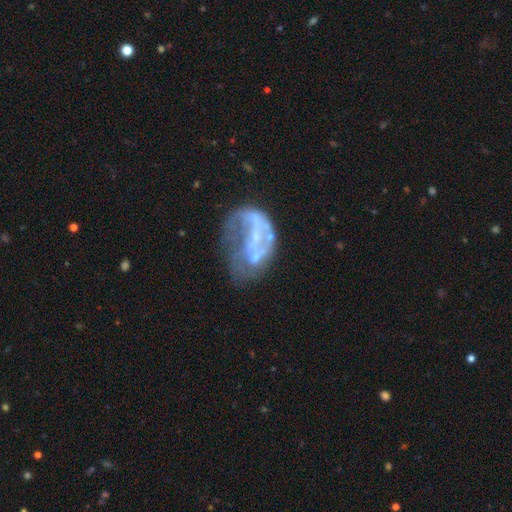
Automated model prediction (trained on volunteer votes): smooth-or-featured: featured or disk: 69% | smooth: 21% | star or artifact: 11%
  disk-edge-on: no: 98% | yes: 2%
    bar: no: 65% | weak: 25% | strong: 10%
    has-spiral-arms: no: 65% | yes: 35%
    bulge-size: small: 43% | none: 36% | moderate: 18% | large: 2% | dominant: 1%
  merging: major disturbance: 37% | none: 29% | minor disturbance: 19% | merger: 15%